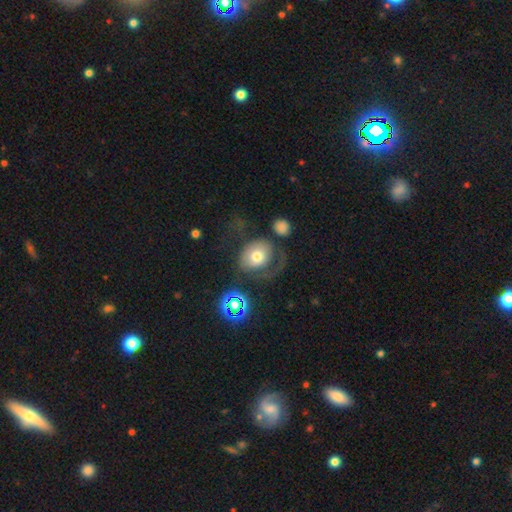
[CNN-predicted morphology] A smooth galaxy with no disk features (53%) that is round (58%). Merging: major disturbance (38%, tied with none).